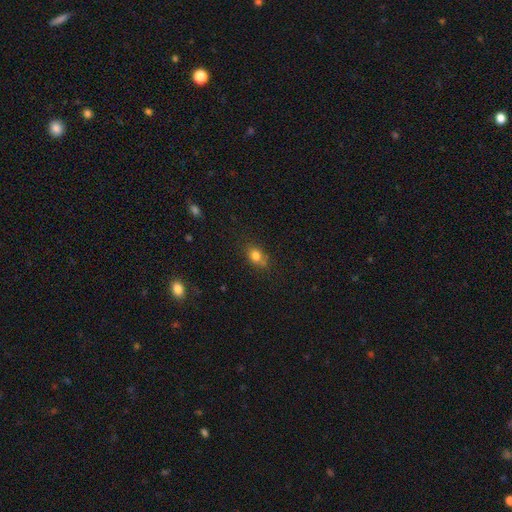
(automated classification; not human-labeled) Smooth or featured? Predicted: smooth (p=0.79). How rounded? Predicted: in between (p=0.55). Merging? Predicted: none (p=0.64).